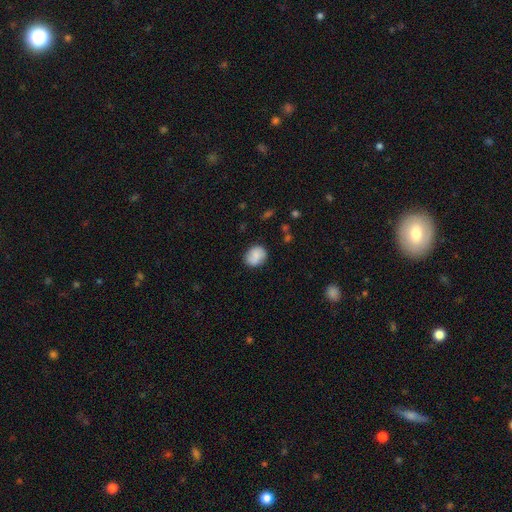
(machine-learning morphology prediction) Overall: smooth (78%). How rounded: round (54%; in between 45%). Merging: none (80%).